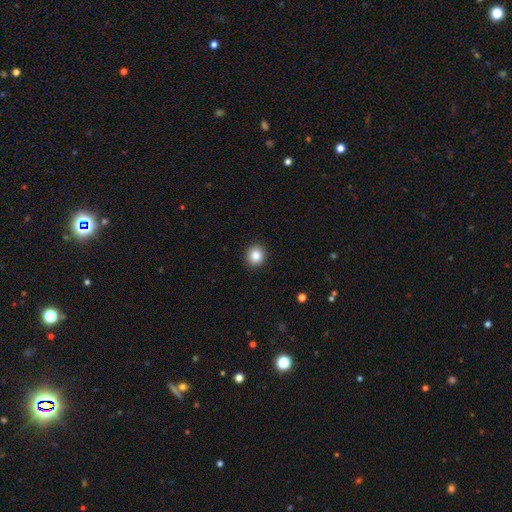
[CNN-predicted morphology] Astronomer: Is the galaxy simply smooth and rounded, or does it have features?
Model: smooth — 85%.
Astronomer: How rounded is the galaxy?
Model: round — 86%.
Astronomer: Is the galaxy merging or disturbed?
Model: none — 92%.